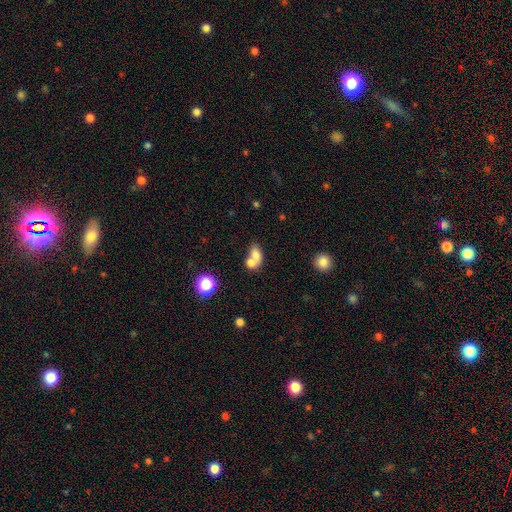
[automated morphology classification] This is likely a smooth galaxy (72%). How rounded: likely in between (73%). Merging: likely merger (60%).